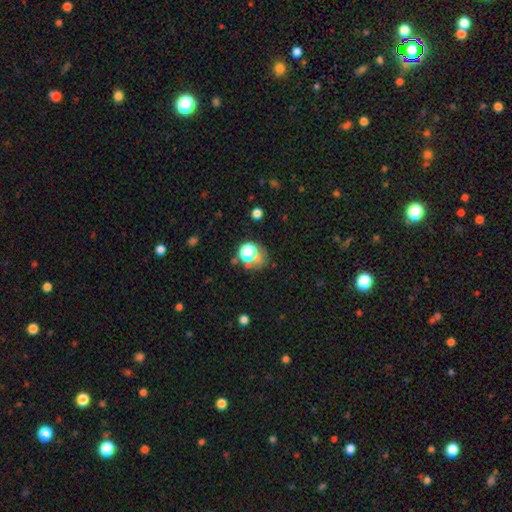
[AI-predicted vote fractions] A smooth galaxy with no disk features (61%) that is round (69%). Merging: none (51%).